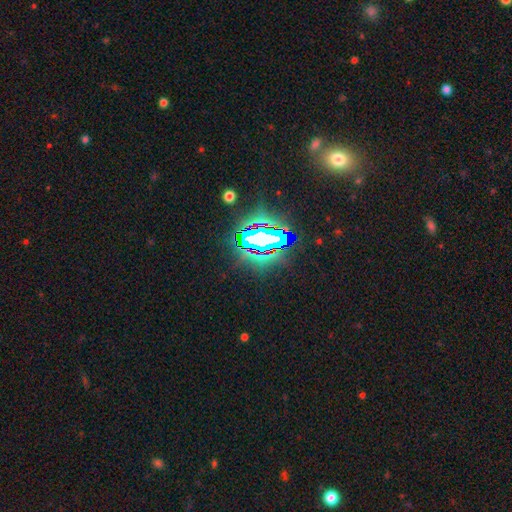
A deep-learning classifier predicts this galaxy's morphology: The model was most divided on "smooth or featured": star or artifact: 79%, smooth: 12%, featured or disk: 9%.